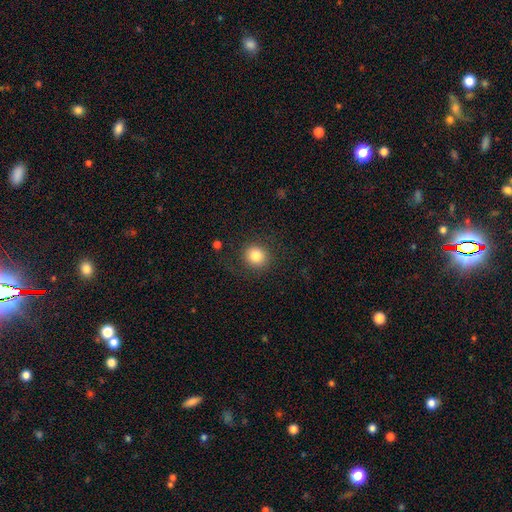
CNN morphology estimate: type=smooth (82%); roundness=round (88%); merging=none (86%).